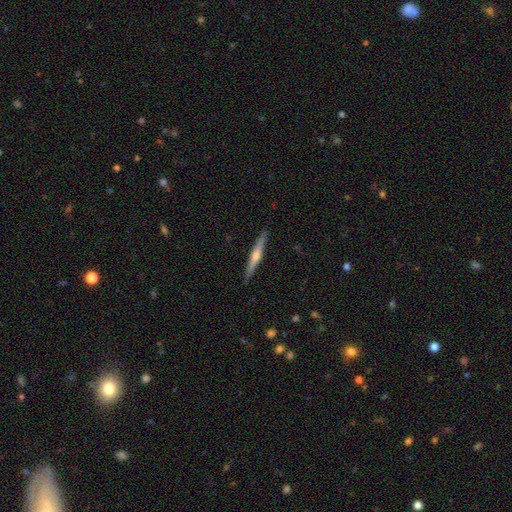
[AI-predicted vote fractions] smooth_or_featured: featured or disk (p=0.68) [alt: smooth p=0.26]
disk_edge_on: yes (p=0.98) [alt: no p=0.02]
edge_on_bulge: rounded (p=0.86) [alt: none p=0.09]
merging: none (p=0.91) [alt: minor disturbance p=0.07]